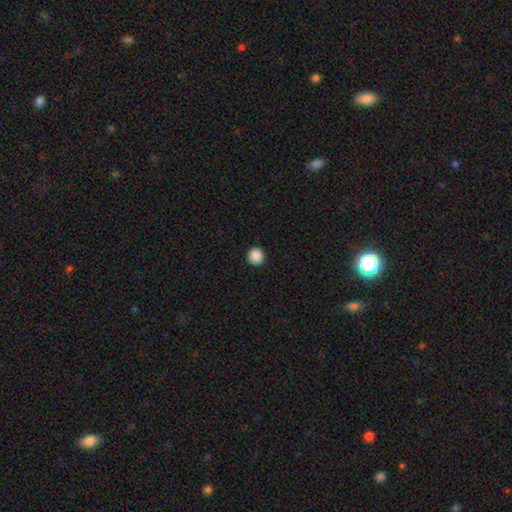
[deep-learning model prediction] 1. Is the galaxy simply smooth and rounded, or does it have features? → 88% smooth, 9% star or artifact, 3% featured or disk.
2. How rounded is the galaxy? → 96% round, 3% in between, 1% cigar-shaped.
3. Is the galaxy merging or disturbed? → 93% none, 4% minor disturbance, 1% major disturbance, 1% merger.